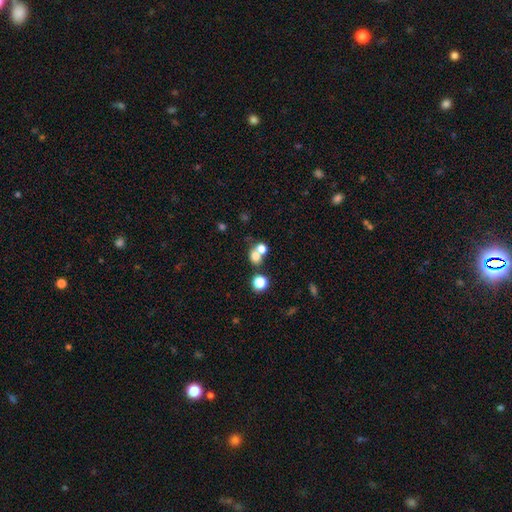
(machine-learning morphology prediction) Smooth or featured: smooth — 71% (star or artifact — 17%)
How rounded: round — 71% (in between — 28%)
Merging: merger — 49% (none — 40%)